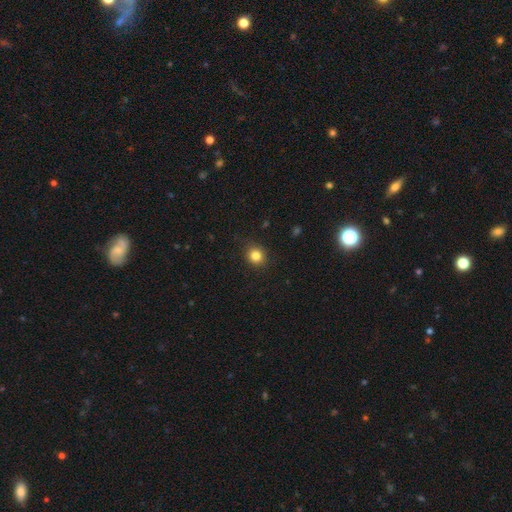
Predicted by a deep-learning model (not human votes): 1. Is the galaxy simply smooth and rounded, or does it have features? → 83% smooth, 11% star or artifact, 5% featured or disk.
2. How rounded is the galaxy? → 85% round, 14% in between, 1% cigar-shaped.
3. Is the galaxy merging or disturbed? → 89% none, 8% minor disturbance, 2% major disturbance, 1% merger.